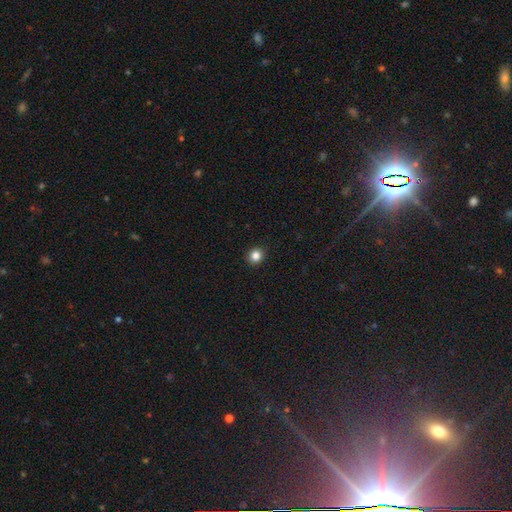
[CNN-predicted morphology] smooth_or_featured: smooth (p=0.84) [alt: star or artifact p=0.12]
how_rounded: round (p=0.87) [alt: in between p=0.13]
merging: none (p=0.93) [alt: minor disturbance p=0.05]